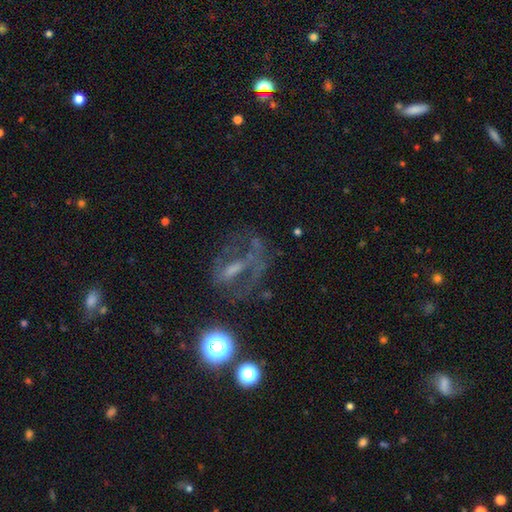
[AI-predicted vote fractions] A featured or disk galaxy (52%).

Vote fractions:
- Smooth or featured? featured or disk: 52% / star or artifact: 32% / smooth: 17%
- Edge-on disk? no: 92% / yes: 8%
- Merging? none: 52% / major disturbance: 25% / minor disturbance: 17% / merger: 6%